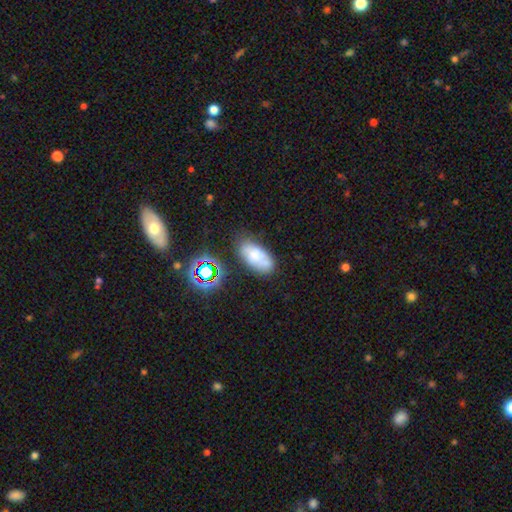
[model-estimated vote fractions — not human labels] Smooth or featured? Predicted: smooth (p=0.61). How rounded? Predicted: in between (p=0.91). Merging? Predicted: none (p=0.60).